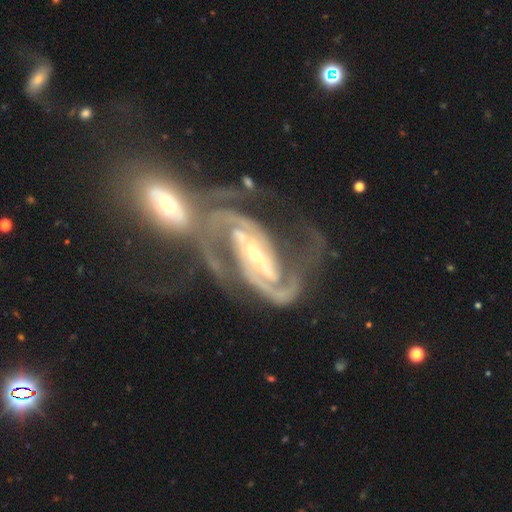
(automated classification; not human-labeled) This is clearly a featured or disk galaxy (93%). It is clearly not viewed edge-on (97%). Bar: possibly strong (56%). Spiral arm pattern: clearly yes (98%). Spiral arm count: clearly 2 (84%). Spiral winding: possibly medium (52%). Central bulge: likely small (64%). Merging: possibly merger (55%).